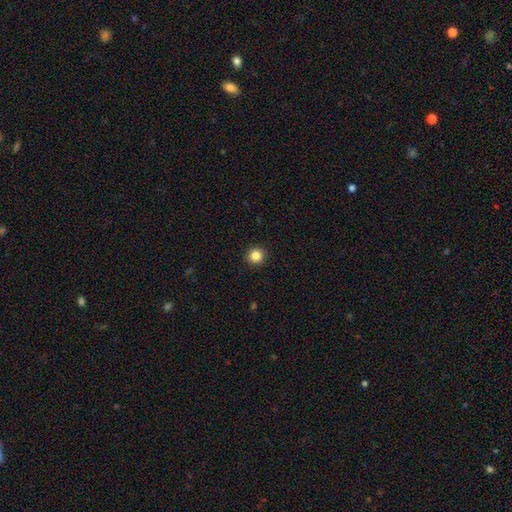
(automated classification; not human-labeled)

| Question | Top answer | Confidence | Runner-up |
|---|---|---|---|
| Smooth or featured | smooth | 85% | star or artifact (11%) |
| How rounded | round | 94% | in between (5%) |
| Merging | none | 93% | minor disturbance (5%) |